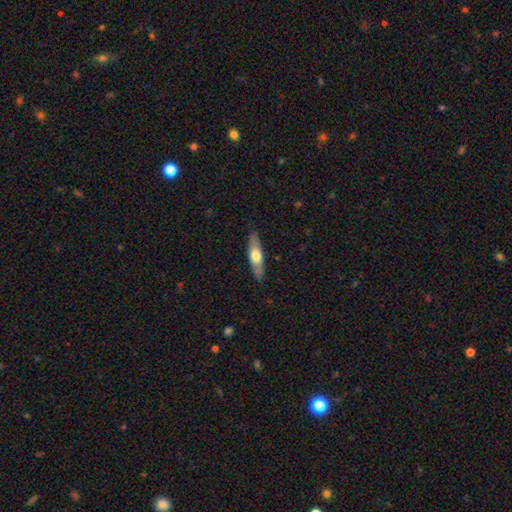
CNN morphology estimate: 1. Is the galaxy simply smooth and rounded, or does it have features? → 54% smooth, 41% featured or disk, 5% star or artifact.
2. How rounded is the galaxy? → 66% cigar-shaped, 32% in between, 2% round.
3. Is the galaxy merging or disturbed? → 88% none, 9% minor disturbance, 2% major disturbance, 1% merger.